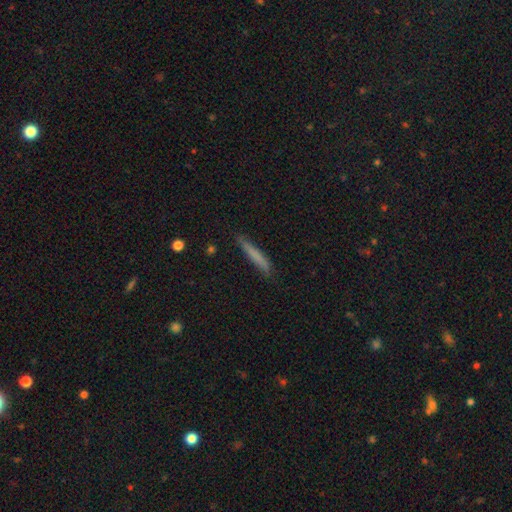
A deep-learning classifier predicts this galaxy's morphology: A smooth galaxy with no disk features (72%) that is cigar-shaped (95%). Merging: none (82%).